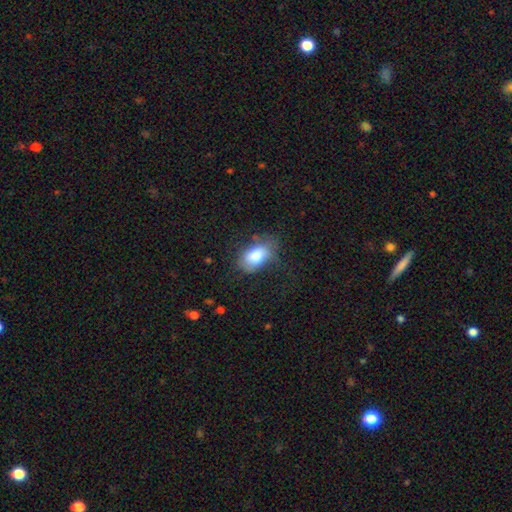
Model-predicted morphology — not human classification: Overall: smooth (78%). How rounded: in between (90%). Merging: none (52%; minor disturbance 29%).